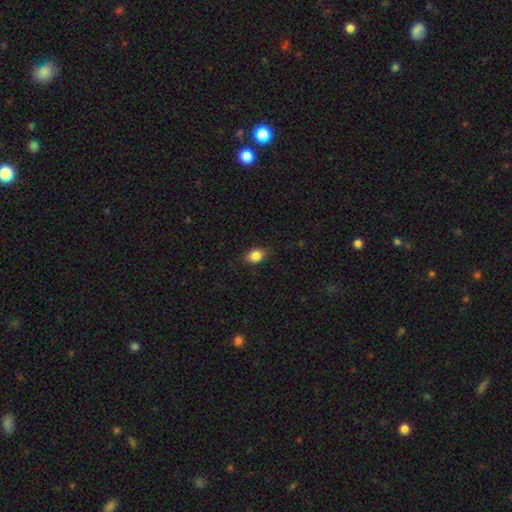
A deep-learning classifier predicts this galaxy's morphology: The model was most divided on "how rounded": in between: 74%, round: 24%, cigar-shaped: 2%. More confident: smooth or featured — smooth (85%); merging — none (82%).